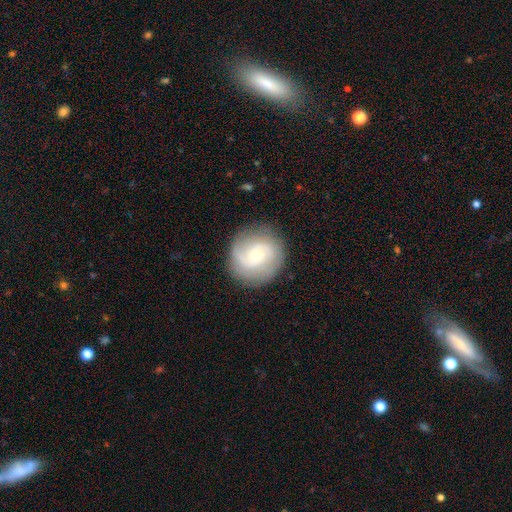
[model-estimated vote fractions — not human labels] A featured or disk galaxy (71%) with no bar (60%), 2 (52%) tight (43%) spiral arms (91%) and a small central bulge (53%). Merging: none (83%).